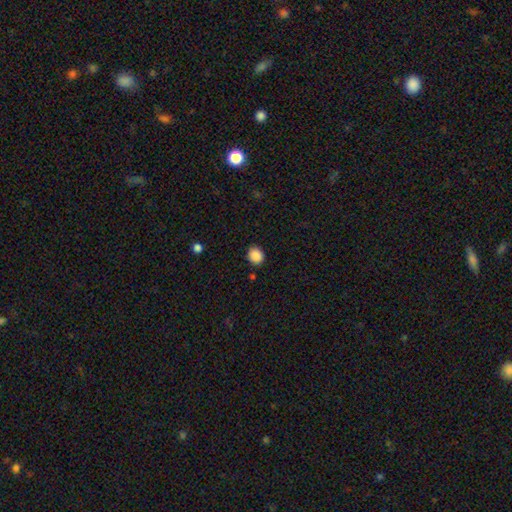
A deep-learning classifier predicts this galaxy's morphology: The model was most divided on "how rounded": round: 72%, in between: 27%, cigar-shaped: 1%. More confident: smooth or featured — smooth (88%); merging — none (87%).